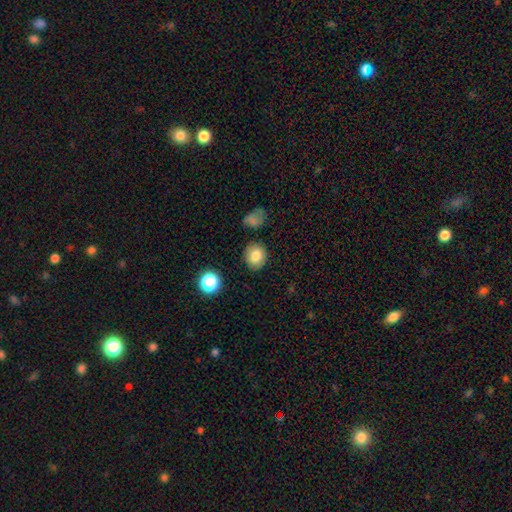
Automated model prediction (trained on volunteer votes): smooth_or_featured: smooth (p=0.82) [alt: star or artifact p=0.10]
how_rounded: round (p=0.79) [alt: in between p=0.20]
merging: none (p=0.87) [alt: minor disturbance p=0.08]